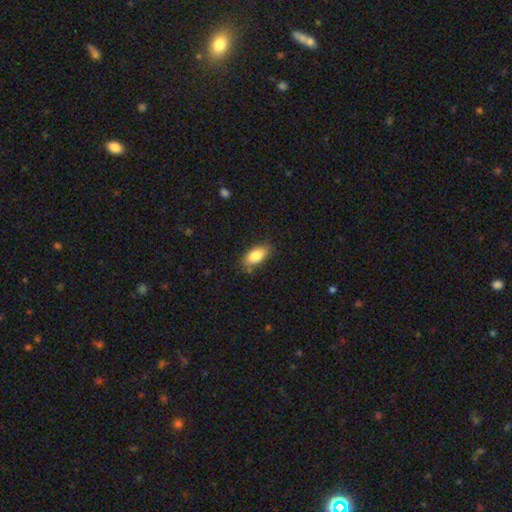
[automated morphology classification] type=smooth (83%); roundness=in between (88%); merging=none (78%).